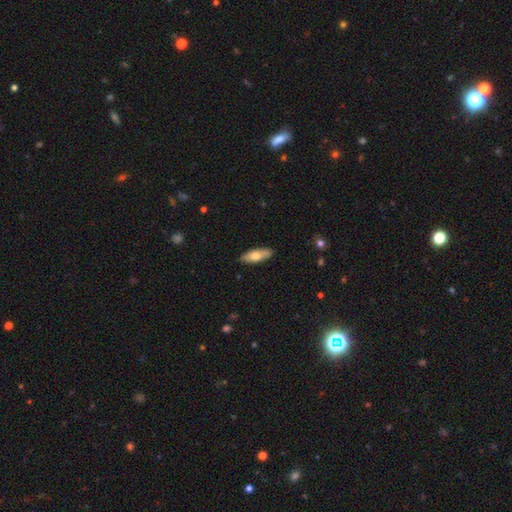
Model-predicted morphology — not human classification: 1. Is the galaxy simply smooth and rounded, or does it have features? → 69% smooth, 25% featured or disk, 6% star or artifact.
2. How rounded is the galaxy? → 61% in between, 37% cigar-shaped, 2% round.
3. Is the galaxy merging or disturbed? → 86% none, 11% minor disturbance, 2% major disturbance, 1% merger.